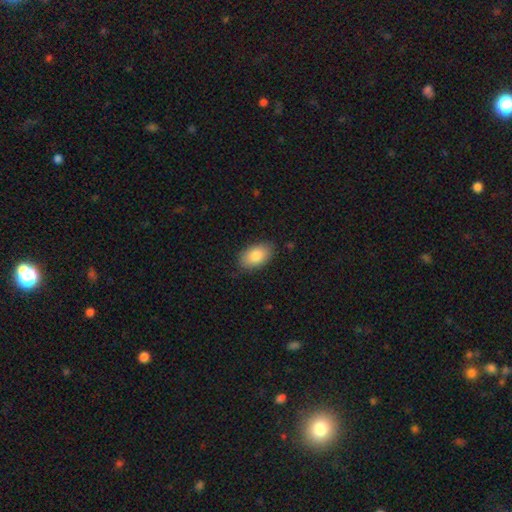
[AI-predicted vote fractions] Smooth or featured: smooth — 84% (featured or disk — 9%)
How rounded: in between — 92% (round — 6%)
Merging: none — 82% (minor disturbance — 14%)